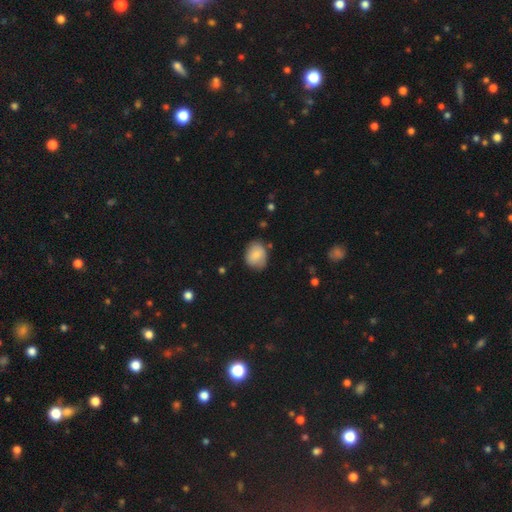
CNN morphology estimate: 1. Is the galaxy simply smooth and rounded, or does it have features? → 80% smooth, 13% featured or disk, 8% star or artifact.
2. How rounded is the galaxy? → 53% in between, 46% round, 1% cigar-shaped.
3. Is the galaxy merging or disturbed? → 71% none, 22% minor disturbance, 5% major disturbance, 2% merger.